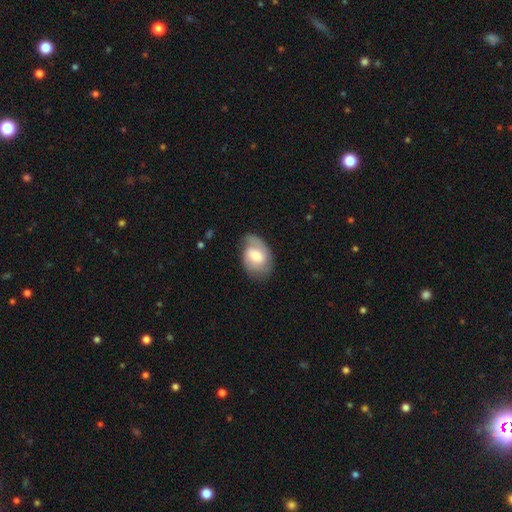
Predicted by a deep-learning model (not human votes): A featured or disk galaxy (50%).

Vote fractions:
- Smooth or featured? featured or disk: 50% / smooth: 44% / star or artifact: 6%
- Merging? none: 59% / minor disturbance: 28% / major disturbance: 11% / merger: 2%